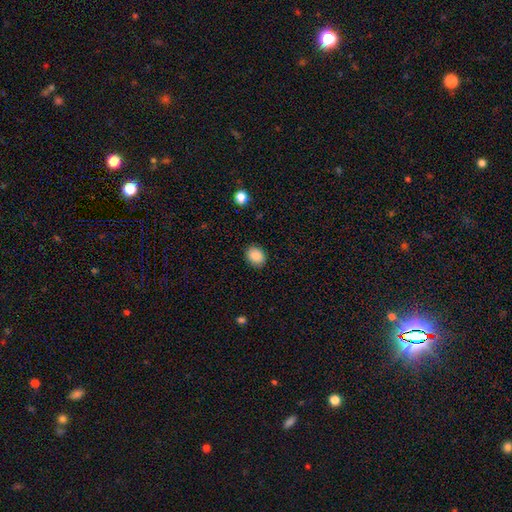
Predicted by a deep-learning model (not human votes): This is clearly a smooth galaxy (88%). How rounded: possibly round (50%). Merging: clearly none (88%).